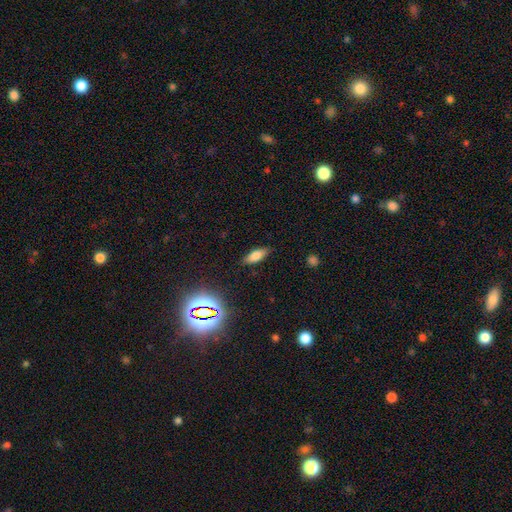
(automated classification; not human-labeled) This is likely a smooth galaxy (74%). How rounded: likely in between (71%). Merging: clearly none (84%).